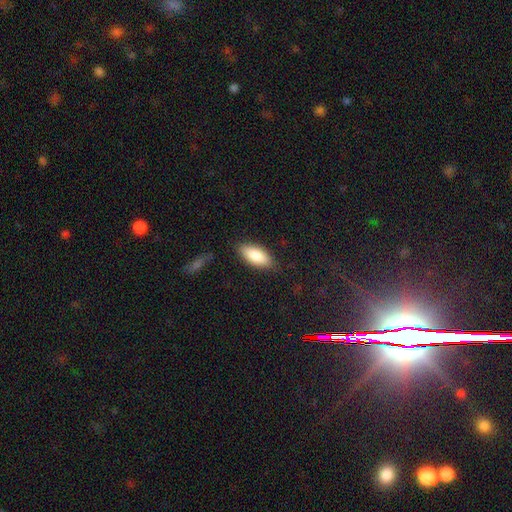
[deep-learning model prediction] A smooth galaxy with no disk features (85%) that is in between round and cigar-shaped (84%). Merging: none (82%).